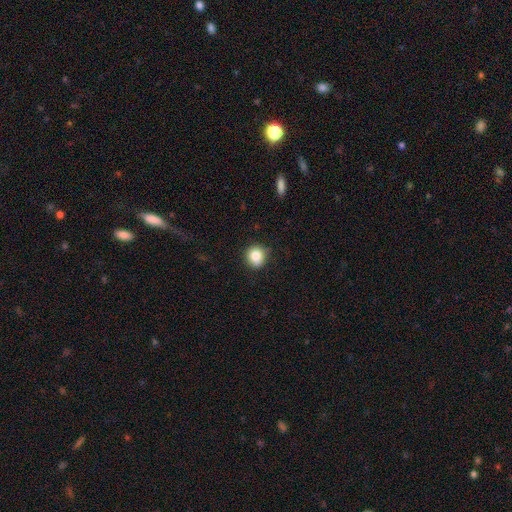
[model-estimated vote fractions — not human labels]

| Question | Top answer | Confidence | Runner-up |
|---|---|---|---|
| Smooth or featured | smooth | 83% | star or artifact (10%) |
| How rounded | round | 86% | in between (13%) |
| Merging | none | 83% | minor disturbance (13%) |